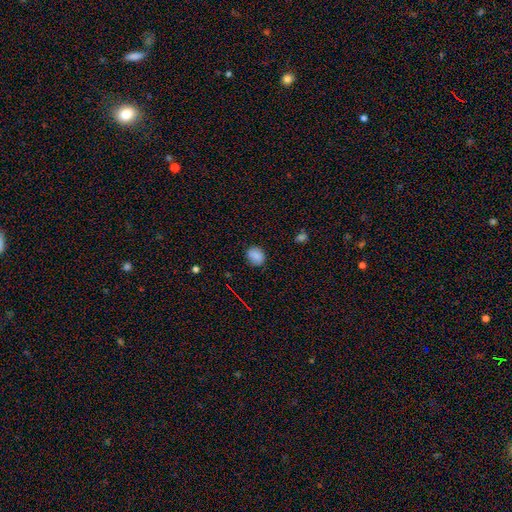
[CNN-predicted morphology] Smooth or featured? Predicted: smooth (p=0.84). How rounded? Predicted: round (p=0.70). Merging? Predicted: none (p=0.84).